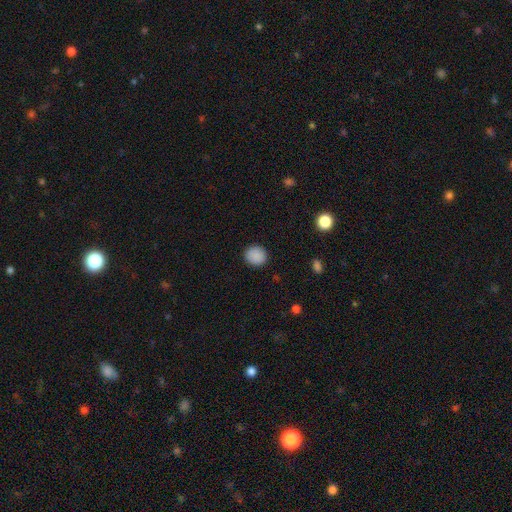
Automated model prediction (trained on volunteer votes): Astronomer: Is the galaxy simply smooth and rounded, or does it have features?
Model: smooth — 89%.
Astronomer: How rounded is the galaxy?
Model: round — 87%.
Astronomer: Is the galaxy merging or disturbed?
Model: none — 91%.